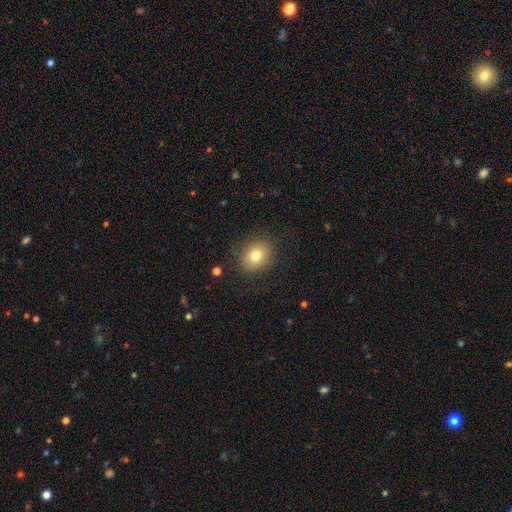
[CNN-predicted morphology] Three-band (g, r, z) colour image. It shows a smooth galaxy with no disk features (78%) that is round (61%). Merging: none (85%).